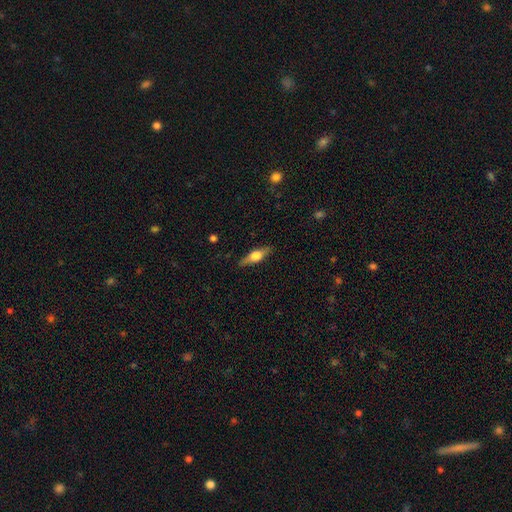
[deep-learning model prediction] This appears to be a featured or disk galaxy (47%). Merging: none (85%).